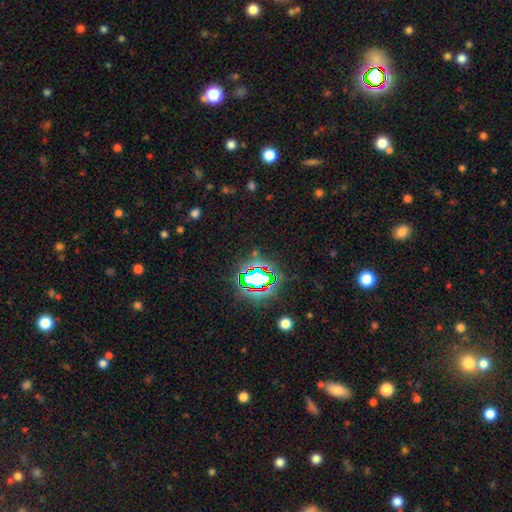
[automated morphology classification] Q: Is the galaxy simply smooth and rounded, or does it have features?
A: star or artifact — 77%.